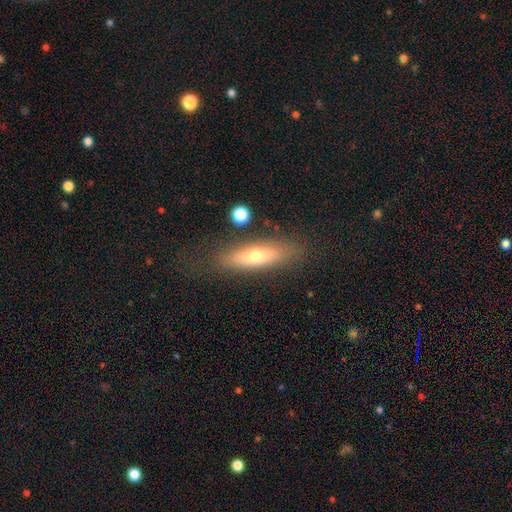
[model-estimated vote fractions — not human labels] Q: Smooth or featured?
A: smooth (58%); runner-up: featured or disk (33%)
Q: How rounded?
A: cigar-shaped (59%); runner-up: in between (38%)
Q: Merging?
A: none (77%); runner-up: minor disturbance (14%)